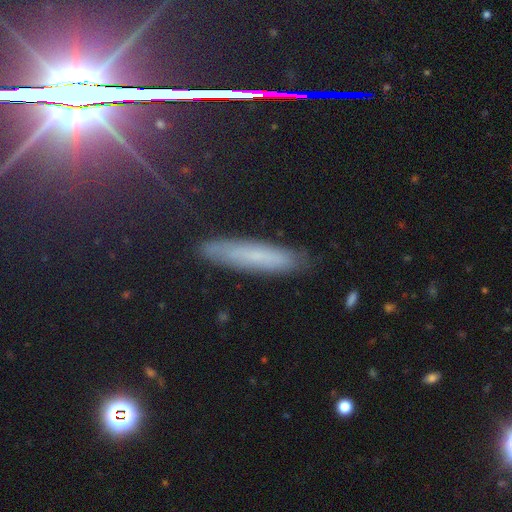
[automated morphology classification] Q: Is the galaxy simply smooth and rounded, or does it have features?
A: smooth — 56%.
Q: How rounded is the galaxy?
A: cigar-shaped — 83%.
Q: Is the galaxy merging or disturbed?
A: none — 86%.